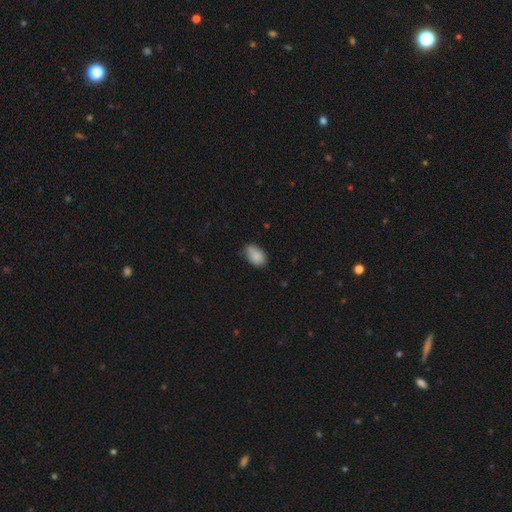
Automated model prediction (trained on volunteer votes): The model was most divided on "merging": none: 72%, minor disturbance: 23%, major disturbance: 3%, merger: 1%. More confident: how rounded — in between (90%); smooth or featured — smooth (88%).